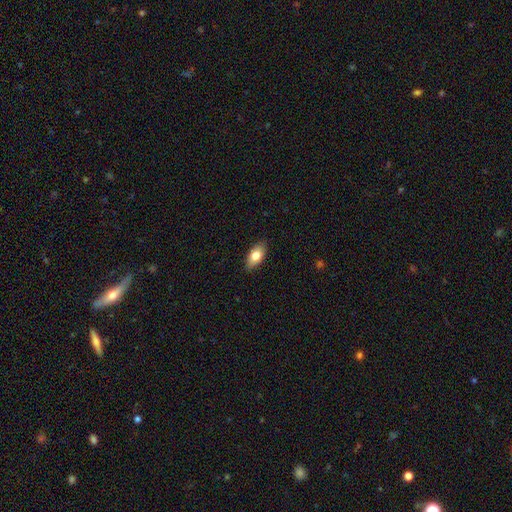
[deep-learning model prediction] Smooth or featured?
  - smooth: 77% *
  - featured or disk: 16%
  - star or artifact: 7%
How rounded?
  - in between: 89% *
  - cigar-shaped: 8%
  - round: 4%
Merging?
  - none: 87% *
  - minor disturbance: 10%
  - major disturbance: 2%
  - merger: 1%